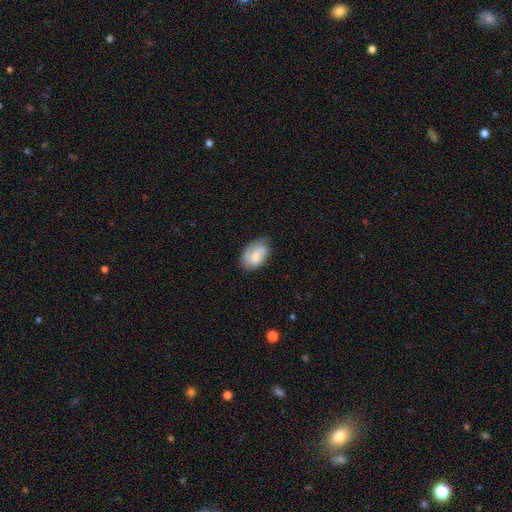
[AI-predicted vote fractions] A smooth galaxy with no disk features (56%) that is in between round and cigar-shaped (87%). Merging: none (61%).